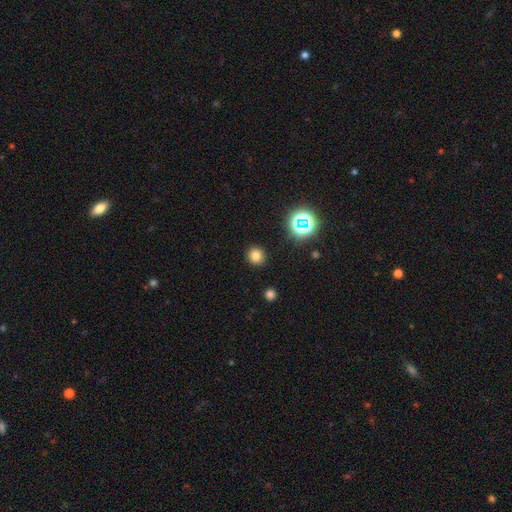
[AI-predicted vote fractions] This appears to be a smooth galaxy with no disk features (76%) that is round (91%). Merging: none (90%).